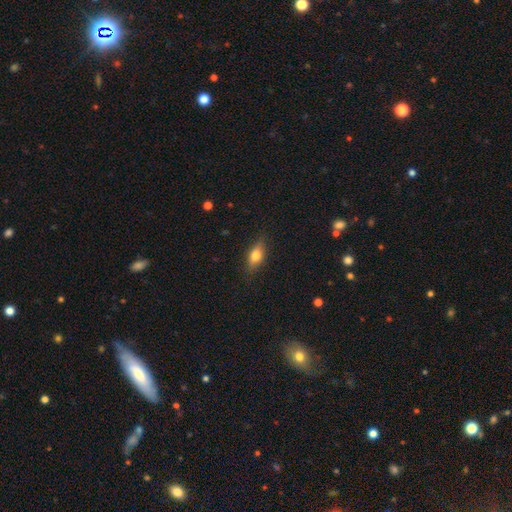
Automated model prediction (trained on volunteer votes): Smooth or featured: smooth — 70% (featured or disk — 22%)
How rounded: in between — 77% (cigar-shaped — 16%)
Merging: none — 83% (minor disturbance — 13%)